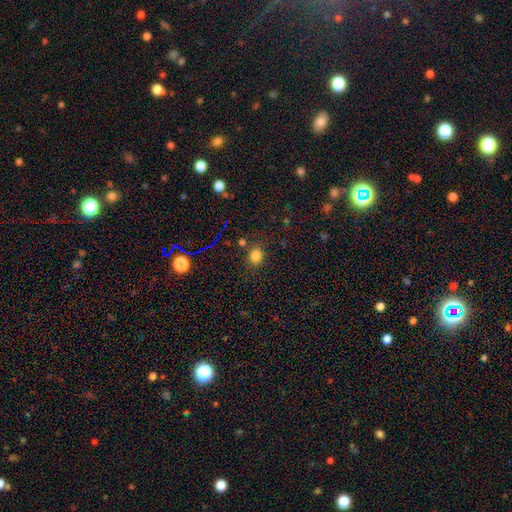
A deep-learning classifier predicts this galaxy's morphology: Overall: smooth (79%). How rounded: round (63%; in between 36%). Merging: none (79%).